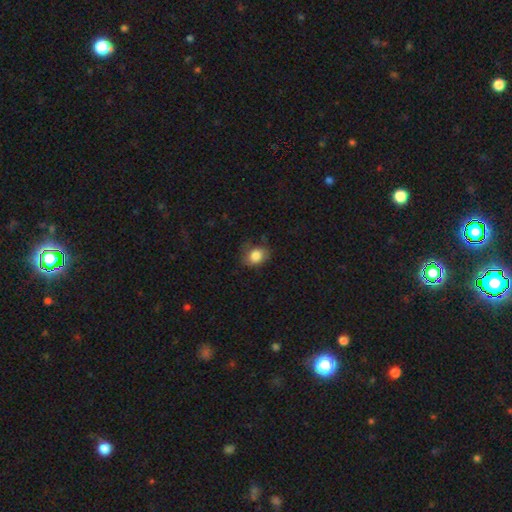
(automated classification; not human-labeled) Smooth or featured: smooth — 83% (featured or disk — 9%)
How rounded: in between — 59% (round — 40%)
Merging: none — 56% (minor disturbance — 30%)